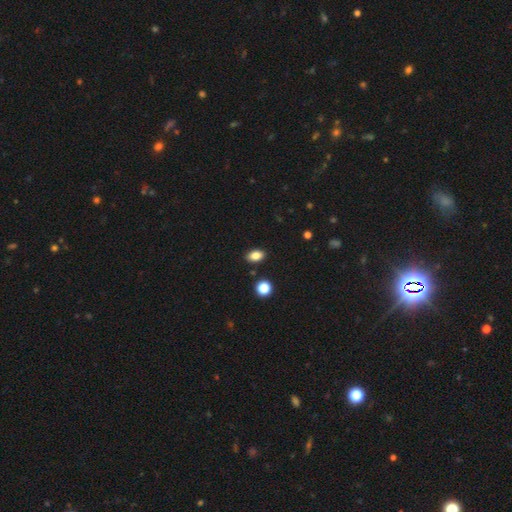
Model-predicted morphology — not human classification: Smooth or featured?
  - smooth: 84% *
  - star or artifact: 10%
  - featured or disk: 5%
How rounded?
  - in between: 86% *
  - round: 12%
  - cigar-shaped: 2%
Merging?
  - none: 87% *
  - minor disturbance: 8%
  - merger: 3%
  - major disturbance: 2%